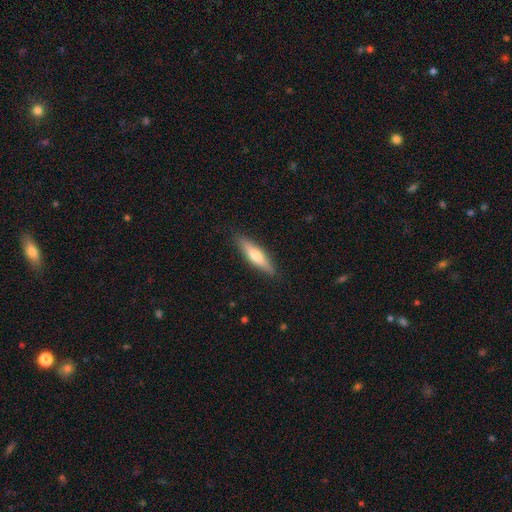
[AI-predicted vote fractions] smooth_or_featured: smooth (p=0.57) [alt: featured or disk p=0.38]
how_rounded: cigar-shaped (p=0.76) [alt: in between p=0.22]
merging: none (p=0.89) [alt: minor disturbance p=0.09]